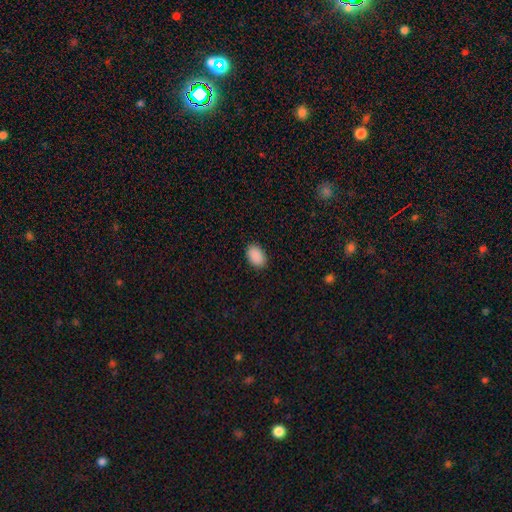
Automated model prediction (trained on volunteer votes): Smooth or featured? Predicted: smooth (p=0.90). How rounded? Predicted: in between (p=0.86). Merging? Predicted: none (p=0.89).